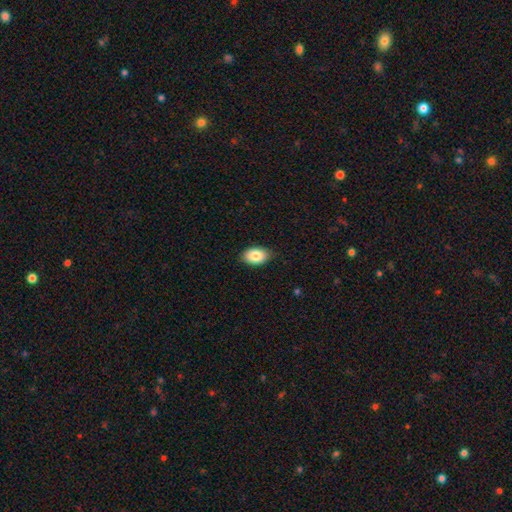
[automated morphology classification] This is clearly a smooth galaxy (84%). How rounded: clearly in between (87%). Merging: clearly none (85%).